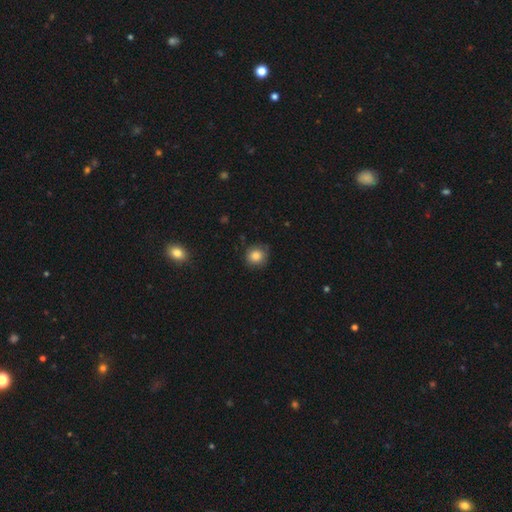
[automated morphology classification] Smooth or featured? Predicted: smooth (p=0.84). How rounded? Predicted: round (p=0.88). Merging? Predicted: none (p=0.78).